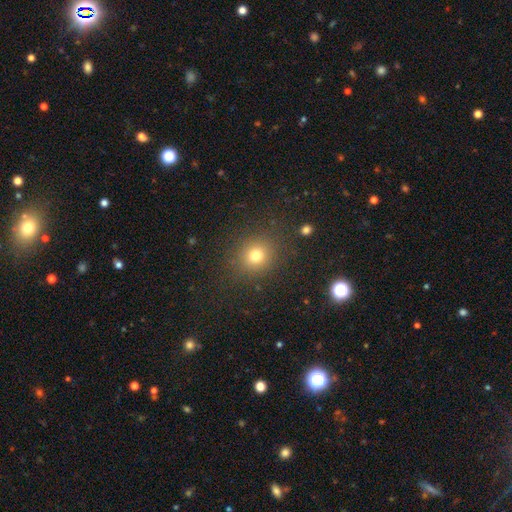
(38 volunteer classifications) This appears to be a smooth galaxy with no disk features (82%) that is round (81%). Merging: none (78%).